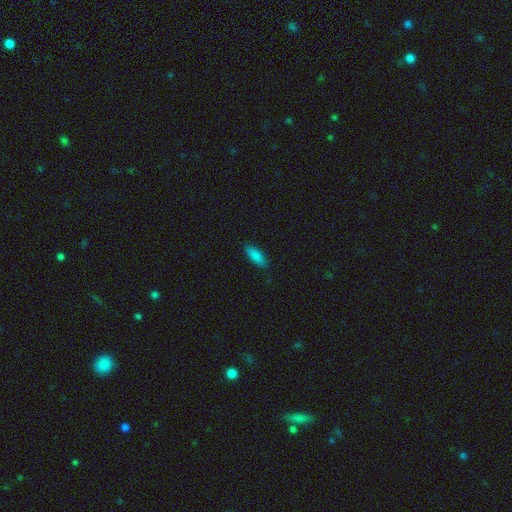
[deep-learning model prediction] This is clearly a smooth galaxy (85%). How rounded: likely in between (62%). Merging: clearly none (86%).